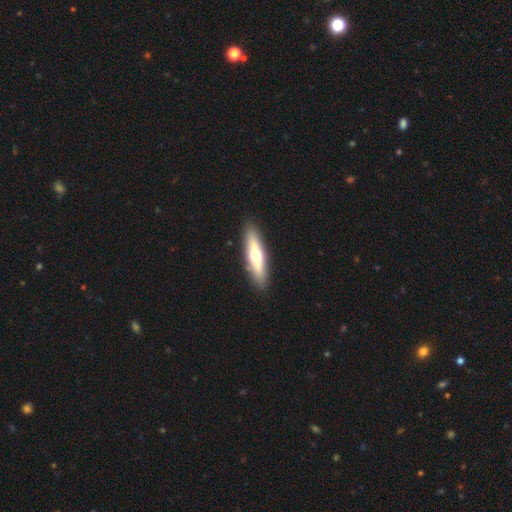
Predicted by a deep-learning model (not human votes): Overall: featured or disk (48%; smooth 46%). Merging: none (89%).